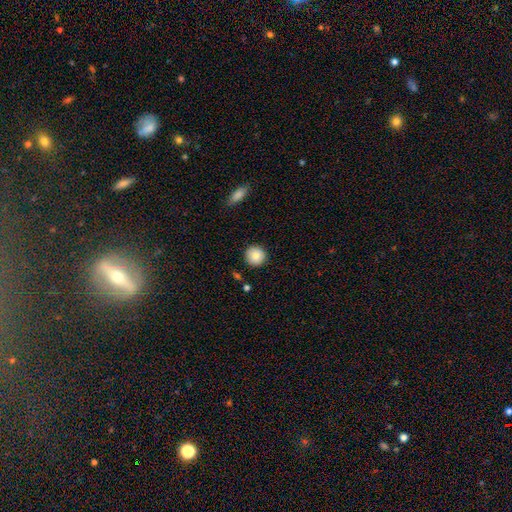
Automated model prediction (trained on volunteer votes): This is clearly a smooth galaxy (84%). How rounded: clearly round (94%). Merging: clearly none (90%).